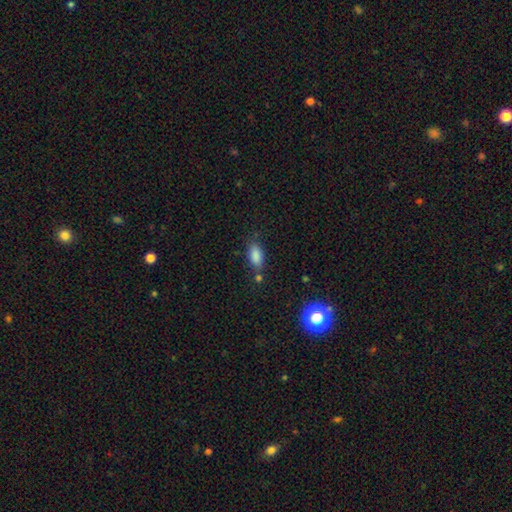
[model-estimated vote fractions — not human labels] Smooth or featured: smooth — 85% (star or artifact — 9%)
How rounded: in between — 87% (cigar-shaped — 10%)
Merging: none — 69% (minor disturbance — 17%)